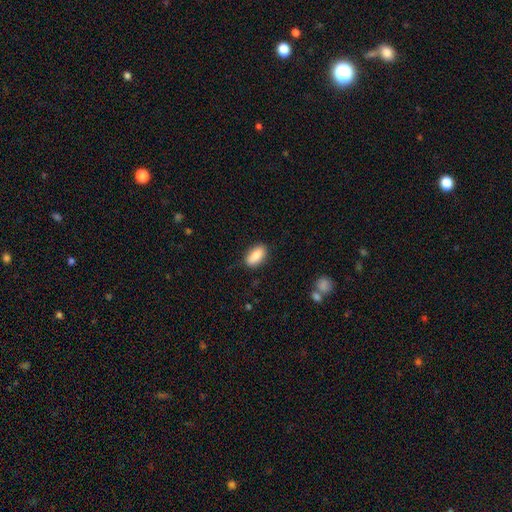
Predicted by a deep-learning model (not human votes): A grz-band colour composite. It shows a smooth galaxy with no disk features (86%) that is in between round and cigar-shaped (90%). Merging: none (84%).